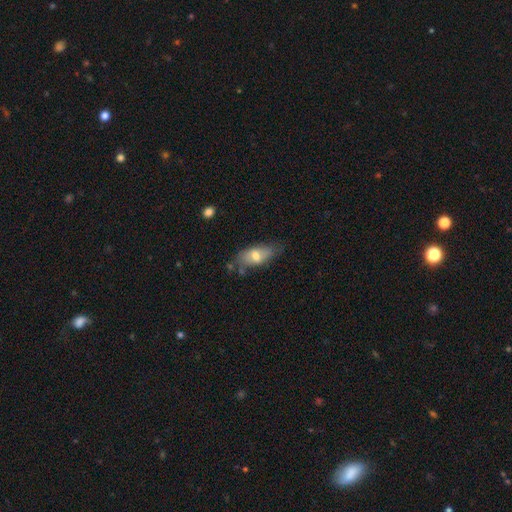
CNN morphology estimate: A smooth galaxy with no disk features (63%) that is in between round and cigar-shaped (86%). Merging: none (60%).